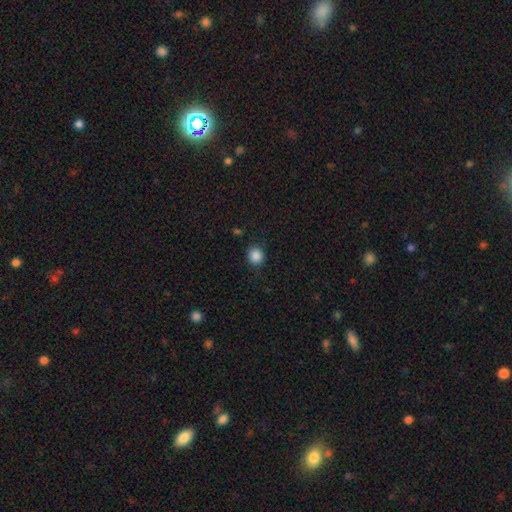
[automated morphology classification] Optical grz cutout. It shows a smooth galaxy with no disk features (87%) that is round (87%). Merging: none (88%).